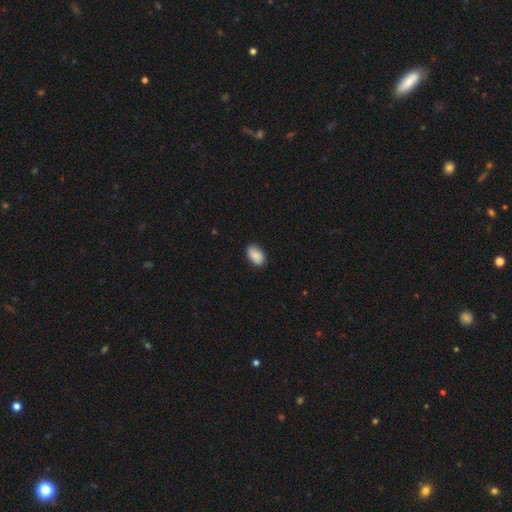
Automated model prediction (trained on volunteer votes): Morphology: type=smooth (86%); roundness=in between (90%); merging=none (85%).